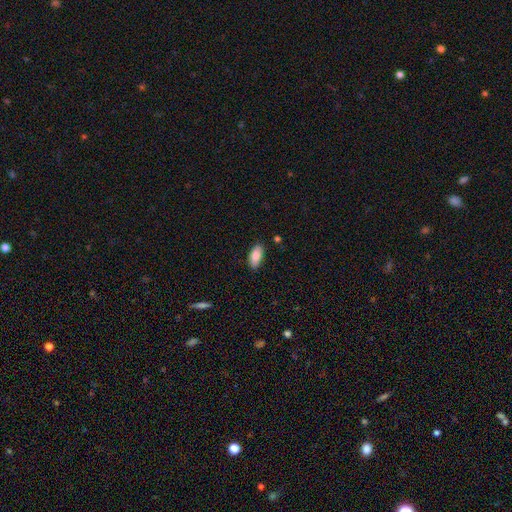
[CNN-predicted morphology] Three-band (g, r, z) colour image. It shows a smooth galaxy with no disk features (85%) that is in between round and cigar-shaped (88%). Merging: none (86%).